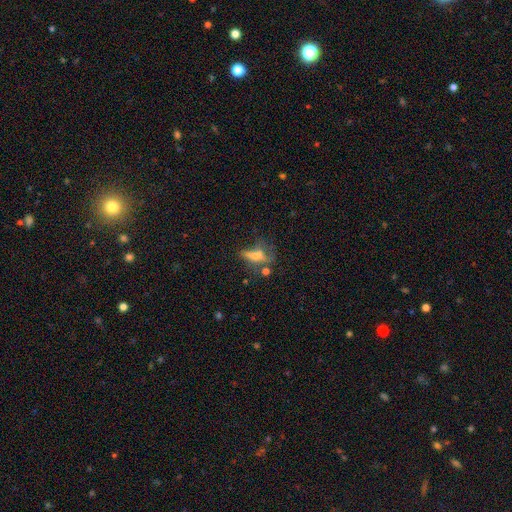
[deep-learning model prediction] A smooth galaxy with no disk features (47%). Merging: none (33%).